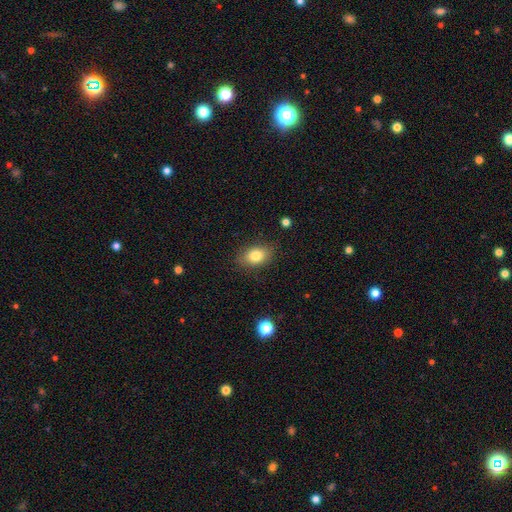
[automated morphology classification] This is clearly a smooth galaxy (82%). How rounded: clearly in between (81%). Merging: clearly none (84%).